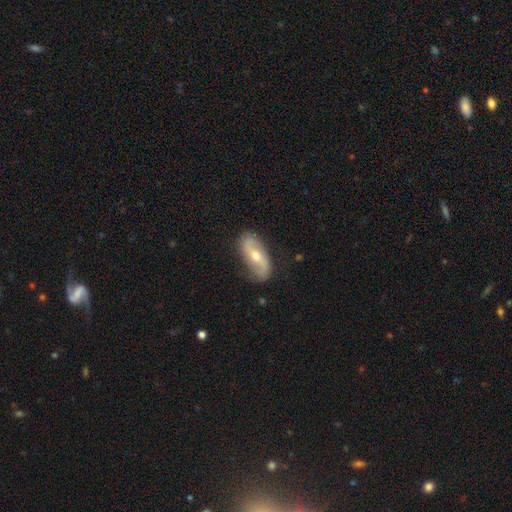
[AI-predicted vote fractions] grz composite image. It shows a featured or disk galaxy (68%) with no bar (43%), 2 (88%) loose (62%) spiral arms (86%) and a moderate central bulge (67%). Merging: none (78%).